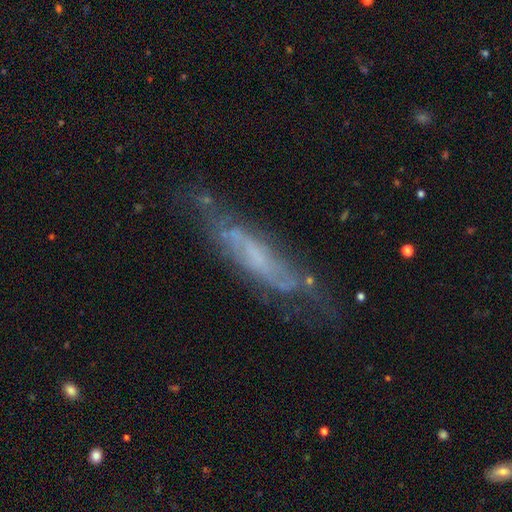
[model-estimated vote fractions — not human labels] This is likely a featured or disk galaxy (64%). It is possibly not viewed edge-on (56%). Merging: possibly none (59%).